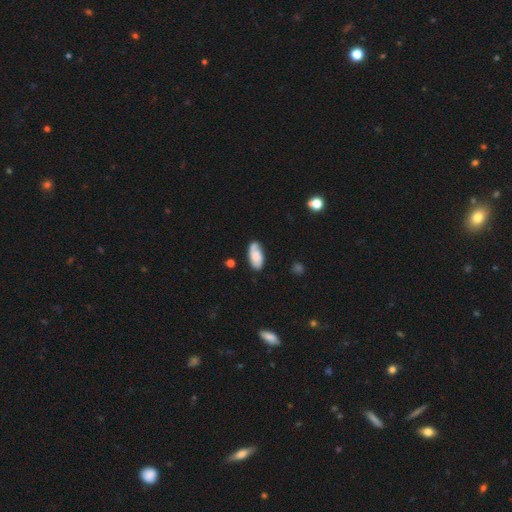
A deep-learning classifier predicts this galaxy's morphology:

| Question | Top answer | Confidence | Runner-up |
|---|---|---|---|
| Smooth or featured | smooth | 68% | featured or disk (25%) |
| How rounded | in between | 89% | cigar-shaped (9%) |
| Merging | none | 71% | minor disturbance (20%) |